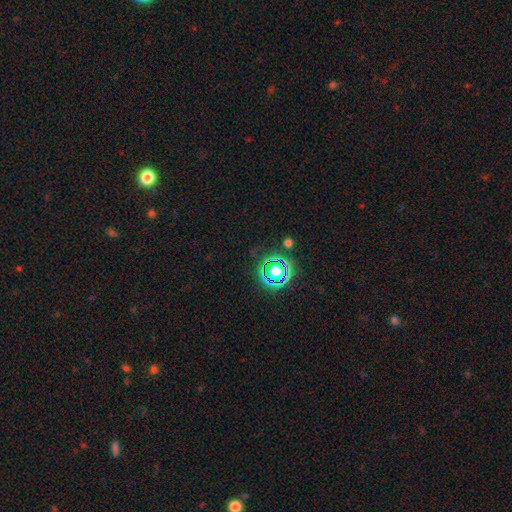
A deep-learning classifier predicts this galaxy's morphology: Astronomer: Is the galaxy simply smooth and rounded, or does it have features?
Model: star or artifact — 78%.